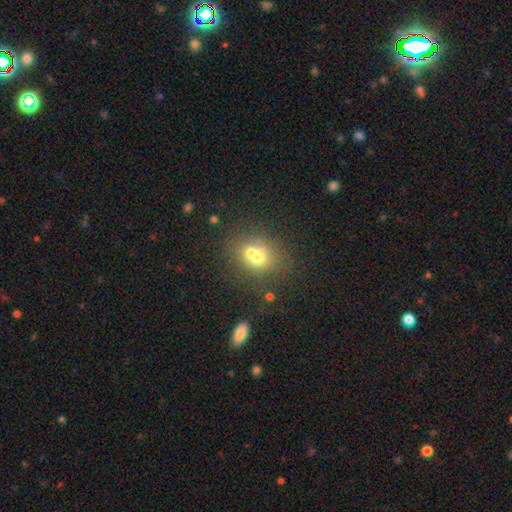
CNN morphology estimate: Smooth or featured? Predicted: smooth (p=0.62). How rounded? Predicted: in between (p=0.51). Merging? Predicted: merger (p=0.45).